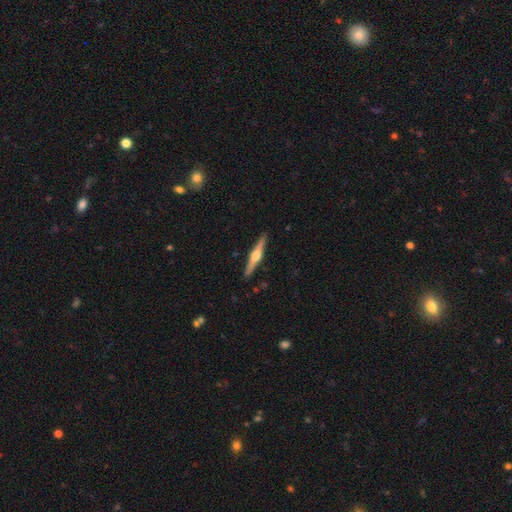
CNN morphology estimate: smooth_or_featured: featured or disk (p=0.75) [alt: smooth p=0.20]
disk_edge_on: yes (p=0.98) [alt: no p=0.02]
edge_on_bulge: rounded (p=0.93) [alt: boxy p=0.05]
merging: none (p=0.91) [alt: minor disturbance p=0.07]